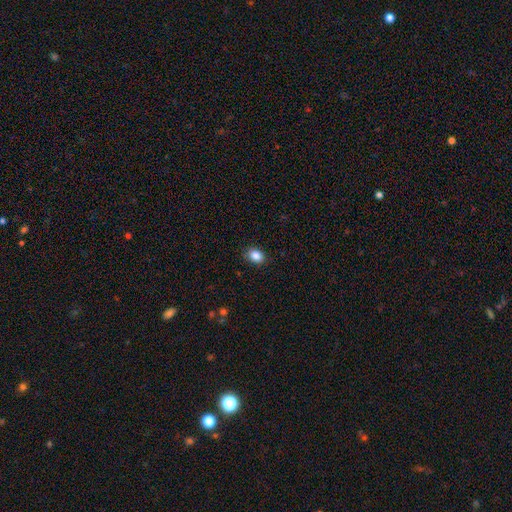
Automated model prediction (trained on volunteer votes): smooth_or_featured: smooth (p=0.87) [alt: star or artifact p=0.09]
how_rounded: in between (p=0.57) [alt: round p=0.42]
merging: none (p=0.85) [alt: minor disturbance p=0.11]